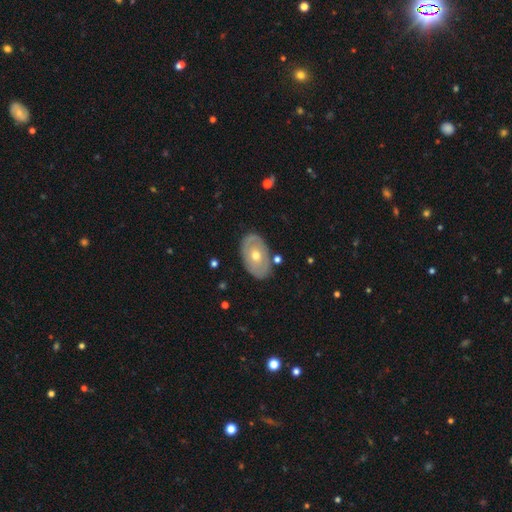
Smooth or featured? 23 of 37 (62%) said featured or disk. Edge-on disk? 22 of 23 (96%) said no. Bar? 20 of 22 (91%) said no. Spiral arms? 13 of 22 (59%) said no. Bulge size? 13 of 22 (59%) said moderate. Merging? 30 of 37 (81%) said none.